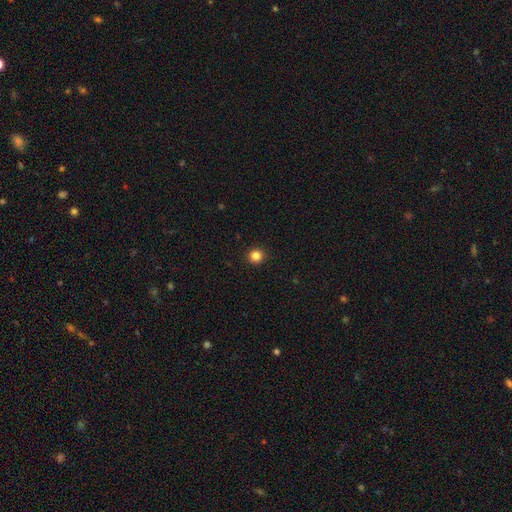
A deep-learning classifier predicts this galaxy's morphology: This is clearly a smooth galaxy (85%). How rounded: clearly round (94%). Merging: clearly none (93%).